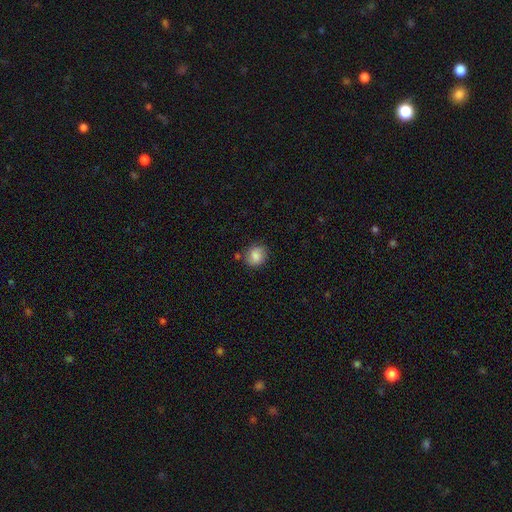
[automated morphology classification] Smooth or featured? smooth (80%)
How rounded? round (79%)
Merging? none (78%)